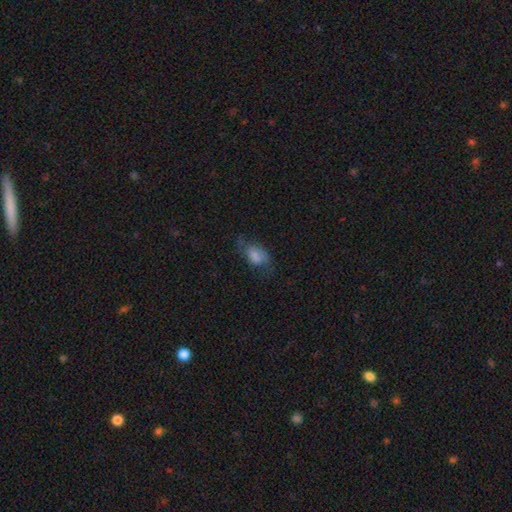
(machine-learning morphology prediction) This is likely a smooth galaxy (67%). How rounded: clearly in between (90%). Merging: marginally none (42%).